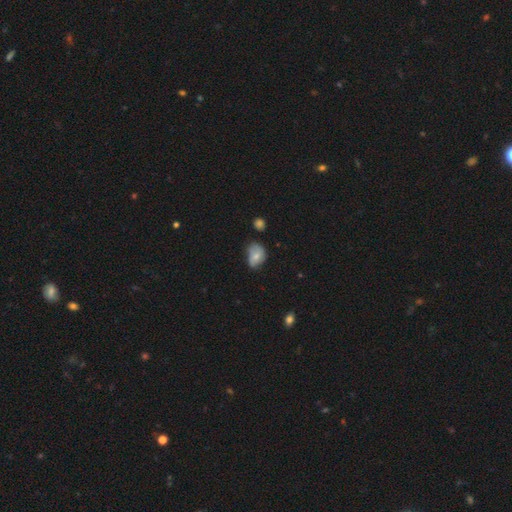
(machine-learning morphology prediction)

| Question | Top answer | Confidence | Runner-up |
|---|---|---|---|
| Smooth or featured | smooth | 66% | featured or disk (25%) |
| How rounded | in between | 71% | round (28%) |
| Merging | minor disturbance | 44% | none (39%) |